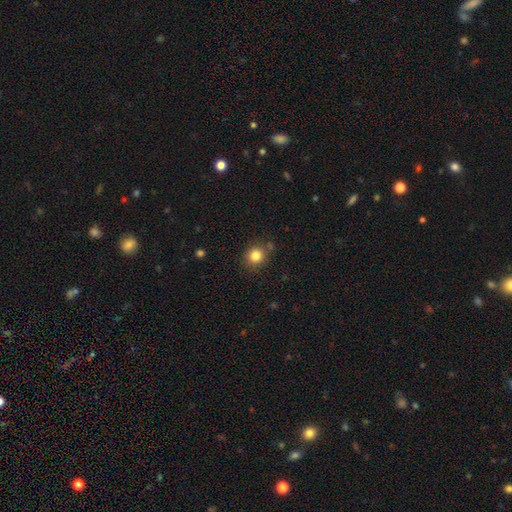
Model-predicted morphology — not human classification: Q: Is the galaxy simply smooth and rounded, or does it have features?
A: smooth — 83%.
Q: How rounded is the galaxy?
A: round — 84%.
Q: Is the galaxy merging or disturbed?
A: none — 82%.